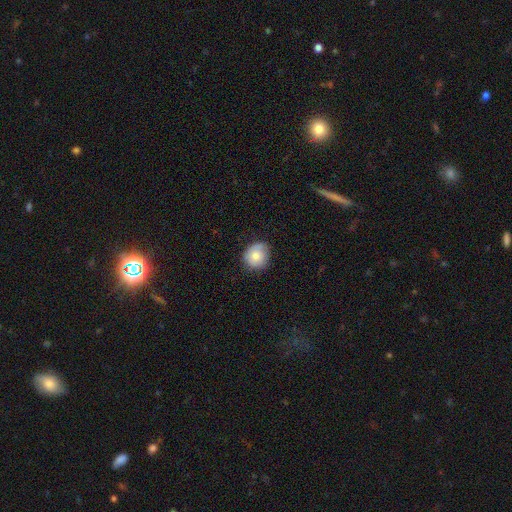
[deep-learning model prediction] Smooth or featured? smooth (78%)
How rounded? round (85%)
Merging? none (74%)